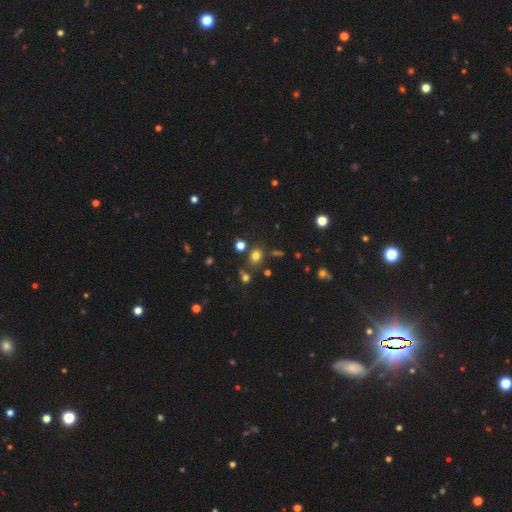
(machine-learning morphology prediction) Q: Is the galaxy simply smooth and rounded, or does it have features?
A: smooth — 74%.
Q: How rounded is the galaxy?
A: round — 56%.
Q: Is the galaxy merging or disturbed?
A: none — 76%.